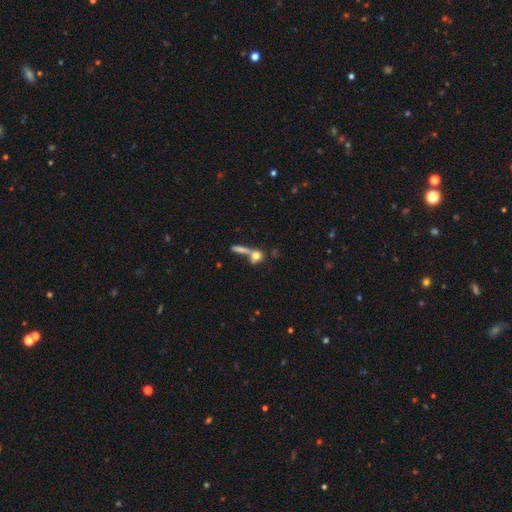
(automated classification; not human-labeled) Smooth or featured? Predicted: smooth (p=0.68). How rounded? Predicted: round (p=0.59). Merging? Predicted: none (p=0.43).